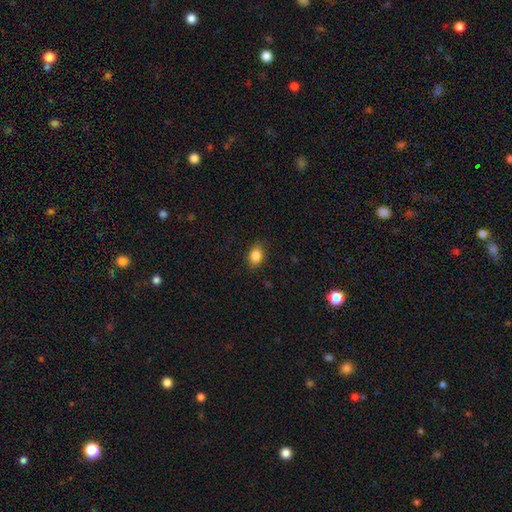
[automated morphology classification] type=smooth (85%); roundness=in between (70%); merging=none (85%).